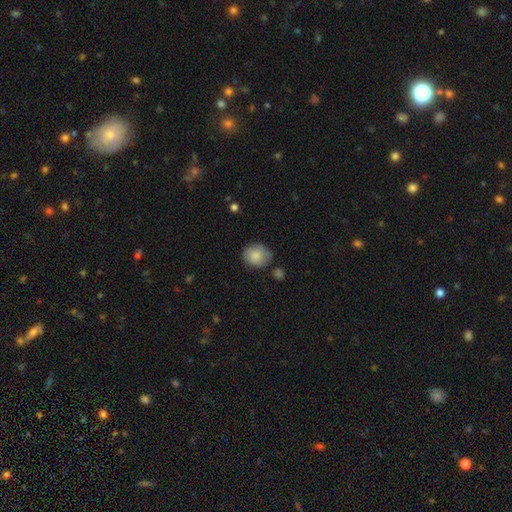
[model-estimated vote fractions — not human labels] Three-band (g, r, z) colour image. It shows a smooth galaxy with no disk features (83%) that is round (66%). Merging: none (71%).